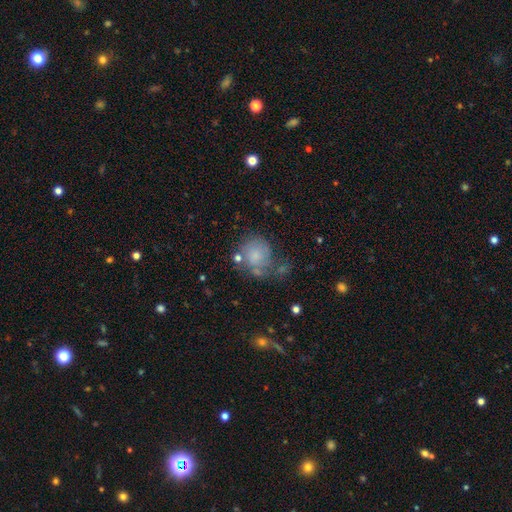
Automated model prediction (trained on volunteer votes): Smooth or featured?
  - smooth: 57% *
  - featured or disk: 32%
  - star or artifact: 11%
How rounded?
  - round: 73% *
  - in between: 26%
  - cigar-shaped: 1%
Merging?
  - none: 41% *
  - minor disturbance: 26%
  - major disturbance: 23%
  - merger: 10%